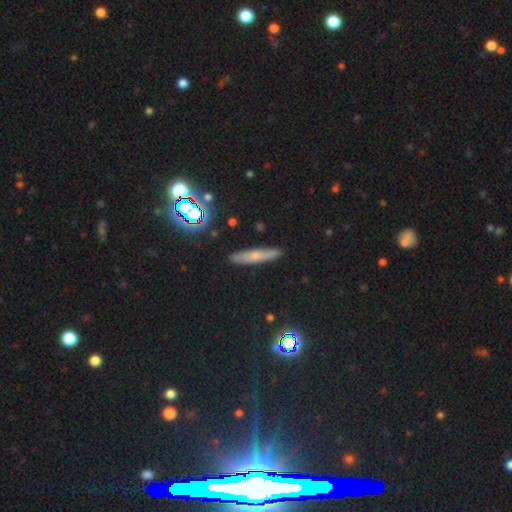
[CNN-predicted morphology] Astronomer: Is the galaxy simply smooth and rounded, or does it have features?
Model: smooth — 55%.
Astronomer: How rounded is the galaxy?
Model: cigar-shaped — 88%.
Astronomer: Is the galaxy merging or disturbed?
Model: none — 88%.